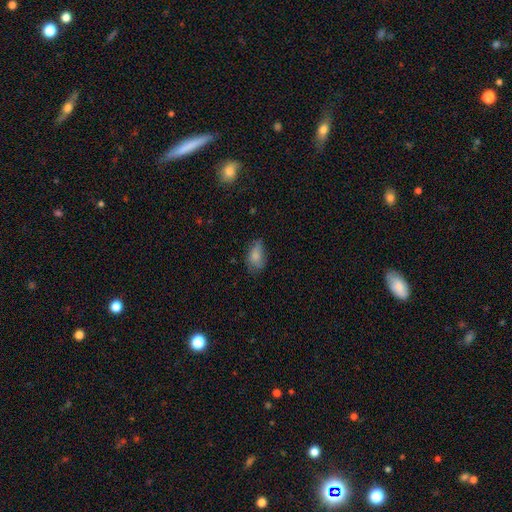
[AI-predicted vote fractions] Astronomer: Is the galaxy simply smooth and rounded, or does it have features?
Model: smooth — 79%.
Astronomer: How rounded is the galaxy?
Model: in between — 89%.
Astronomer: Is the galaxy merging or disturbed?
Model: none — 47% (runner-up: minor disturbance, 36%).